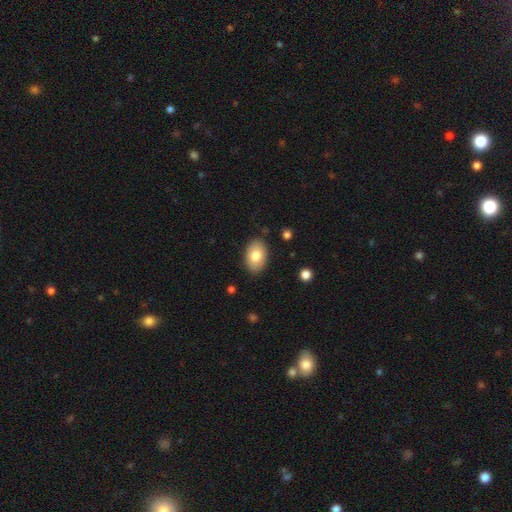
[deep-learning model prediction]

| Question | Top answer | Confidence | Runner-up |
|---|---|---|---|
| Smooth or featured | smooth | 79% | featured or disk (14%) |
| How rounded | in between | 88% | round (11%) |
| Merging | none | 87% | minor disturbance (10%) |